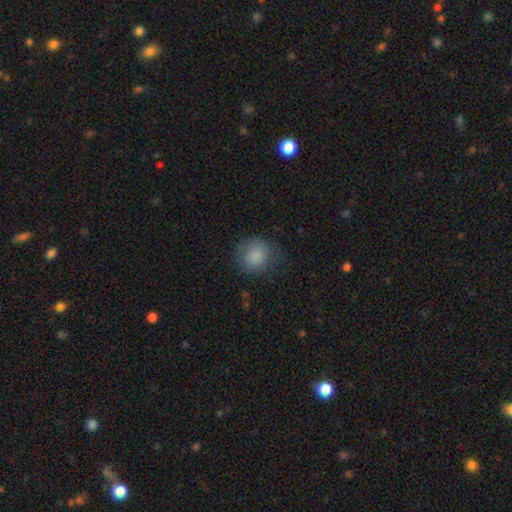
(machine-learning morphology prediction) A smooth galaxy with no disk features (83%) that is round (78%).

Vote fractions:
- Smooth or featured? smooth: 83% / featured or disk: 9% / star or artifact: 8%
- How rounded? round: 78% / in between: 21% / cigar-shaped: 1%
- Merging? none: 69% / minor disturbance: 20% / major disturbance: 9% / merger: 1%